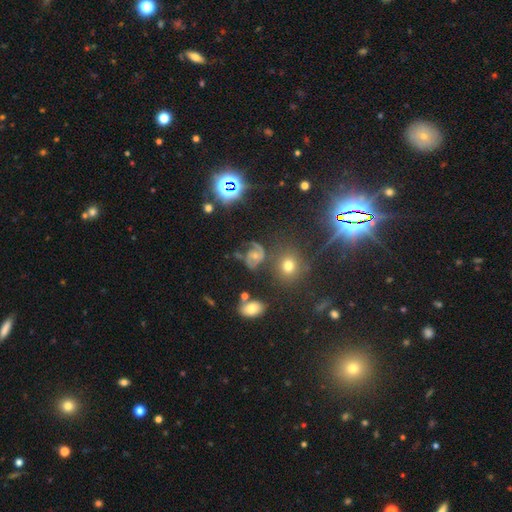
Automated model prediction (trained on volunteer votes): Smooth or featured?
  - featured or disk: 43% *
  - star or artifact: 39%
  - smooth: 18%
Merging?
  - none: 62% *
  - minor disturbance: 17%
  - major disturbance: 14%
  - merger: 7%